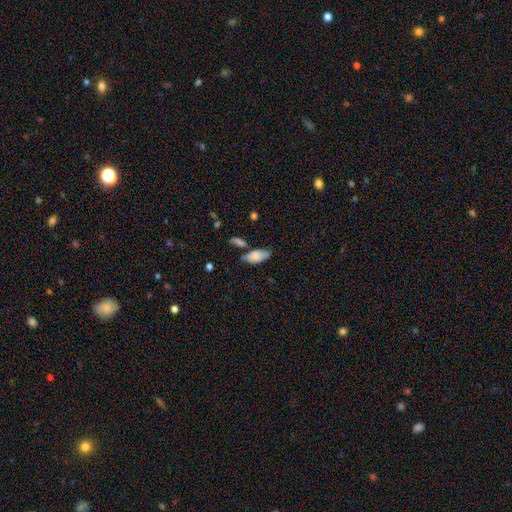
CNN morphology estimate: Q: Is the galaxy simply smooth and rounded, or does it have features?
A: smooth — 73%.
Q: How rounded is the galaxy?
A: in between — 87%.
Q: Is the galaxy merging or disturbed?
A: none — 57%.